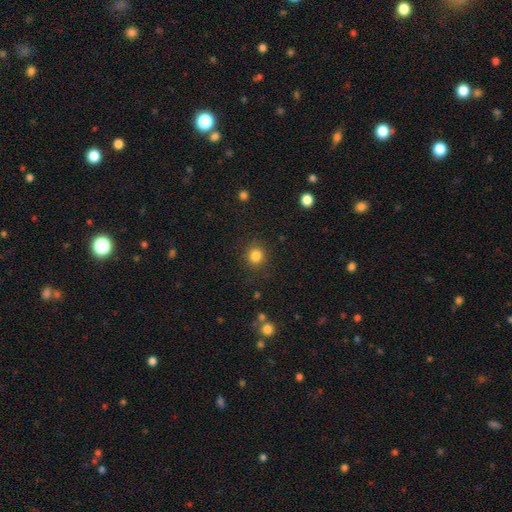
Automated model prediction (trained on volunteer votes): Smooth or featured? smooth (84%)
How rounded? round (88%)
Merging? none (87%)